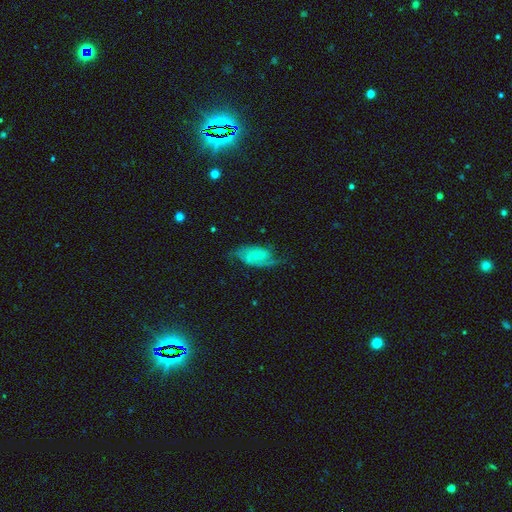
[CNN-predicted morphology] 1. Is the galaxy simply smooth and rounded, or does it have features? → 78% featured or disk, 15% smooth, 6% star or artifact.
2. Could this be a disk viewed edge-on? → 96% no, 4% yes.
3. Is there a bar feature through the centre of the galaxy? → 49% no, 41% weak, 9% strong.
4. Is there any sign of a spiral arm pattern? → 95% yes, 5% no.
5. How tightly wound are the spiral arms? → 48% medium, 27% loose, 24% tight.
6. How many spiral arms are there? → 85% 2, 7% can't tell, 3% 3, 3% 1, 1% 4, 1% more than 4.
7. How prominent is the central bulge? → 59% small, 20% moderate, 18% none, 2% large, 1% dominant.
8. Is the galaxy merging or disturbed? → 65% none, 21% minor disturbance, 13% major disturbance, 2% merger.